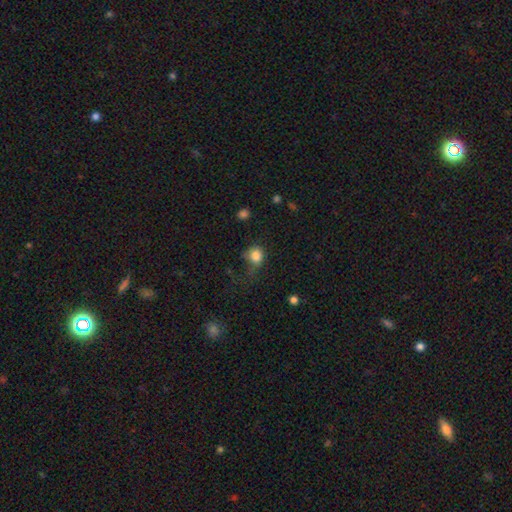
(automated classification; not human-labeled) smooth-or-featured: smooth: 83% | star or artifact: 11% | featured or disk: 7%
  how-rounded: round: 76% | in between: 23% | cigar-shaped: 1%
  merging: none: 46% | minor disturbance: 28% | major disturbance: 23% | merger: 3%